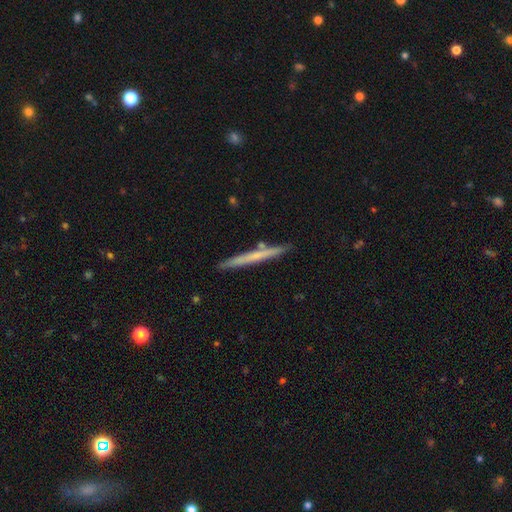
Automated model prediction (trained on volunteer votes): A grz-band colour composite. It shows a smooth galaxy with no disk features (48%). Merging: none (87%).